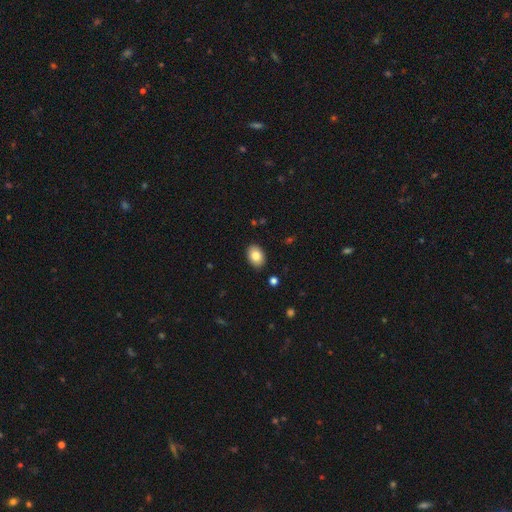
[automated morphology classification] Overall: smooth (83%). How rounded: in between (82%). Merging: none (89%).